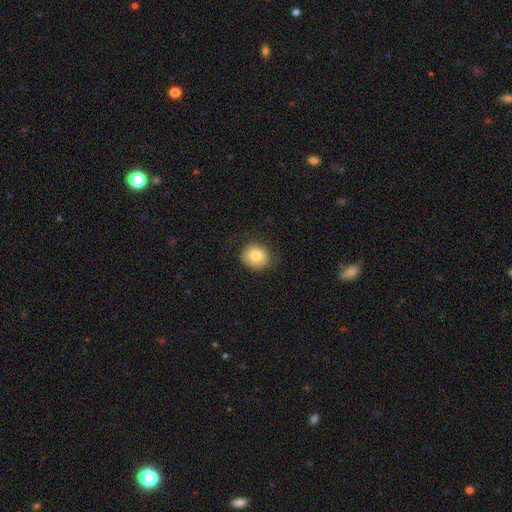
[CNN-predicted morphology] Smooth or featured? smooth (81%)
How rounded? round (80%)
Merging? none (78%)